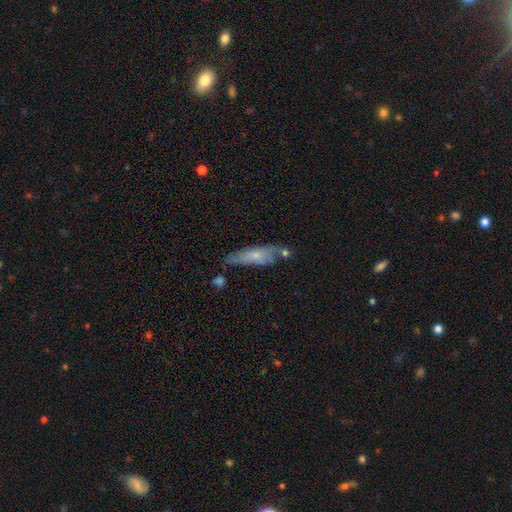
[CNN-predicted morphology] smooth-or-featured: smooth: 57% | featured or disk: 37% | star or artifact: 7%
  how-rounded: cigar-shaped: 66% | in between: 32% | round: 2%
  merging: none: 60% | minor disturbance: 24% | merger: 10% | major disturbance: 7%